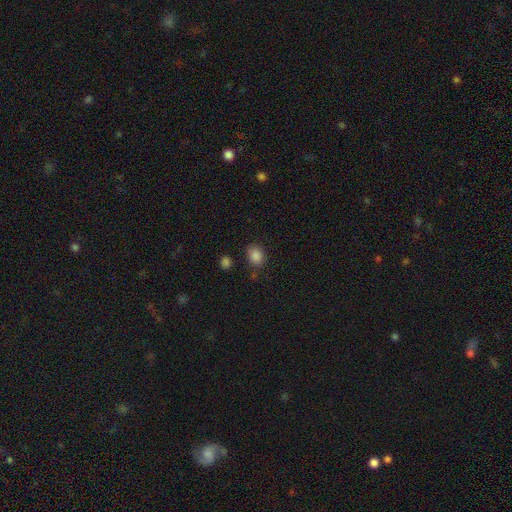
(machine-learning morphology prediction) Overall: smooth (86%). How rounded: in between (58%; round 41%). Merging: none (77%).